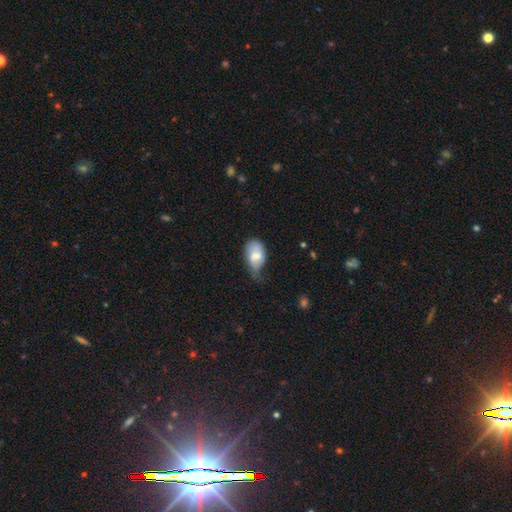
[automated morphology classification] Q: Smooth or featured?
A: smooth (66%); runner-up: featured or disk (27%)
Q: How rounded?
A: in between (88%); runner-up: round (10%)
Q: Merging?
A: minor disturbance (45%); runner-up: major disturbance (27%)